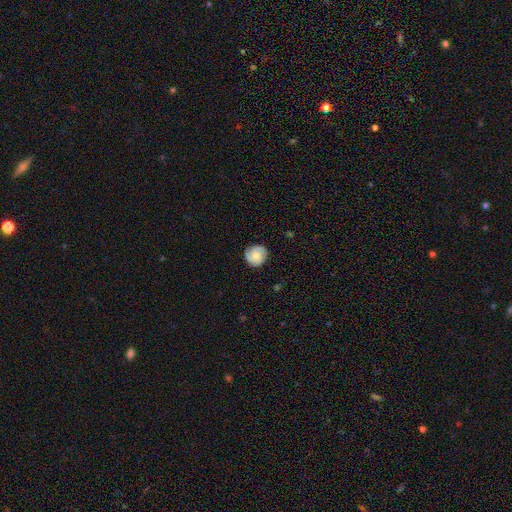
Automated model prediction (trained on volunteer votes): This appears to be a smooth galaxy with no disk features (49%). Merging: none (82%).